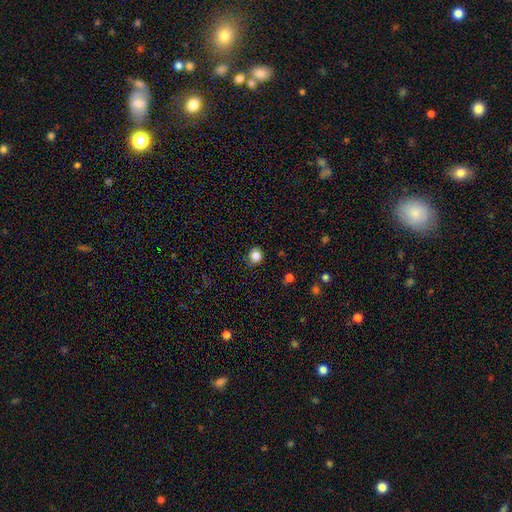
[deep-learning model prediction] Smooth or featured? smooth (83%)
How rounded? round (73%)
Merging? none (80%)